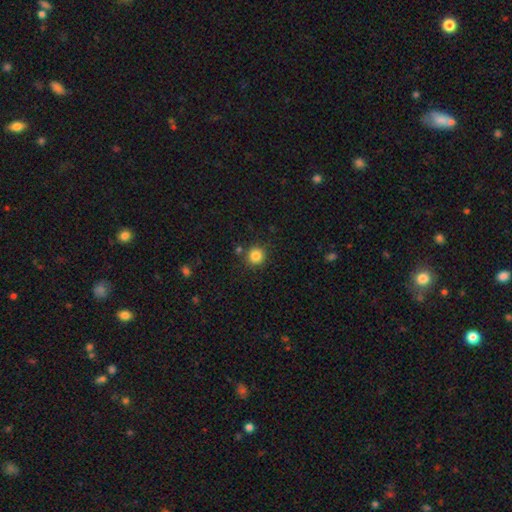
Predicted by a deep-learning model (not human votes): Smooth or featured? Predicted: smooth (p=0.84). How rounded? Predicted: round (p=0.94). Merging? Predicted: none (p=0.85).